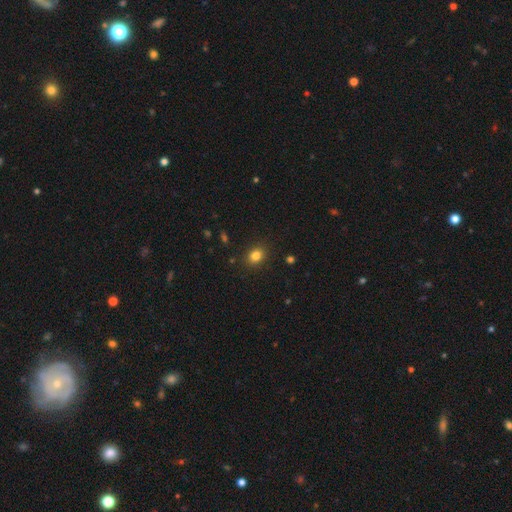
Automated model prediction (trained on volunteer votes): Smooth or featured? smooth (83%)
How rounded? round (50%)
Merging? none (88%)